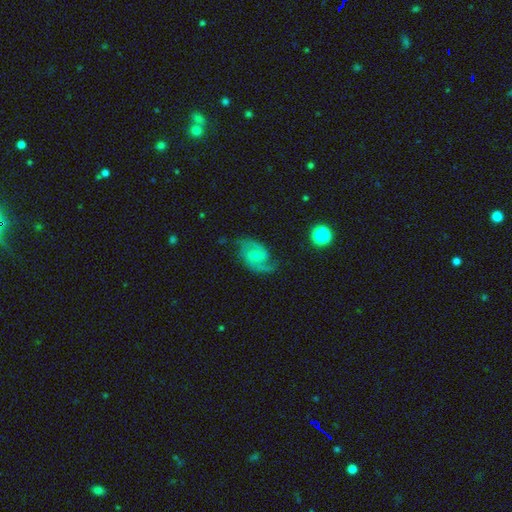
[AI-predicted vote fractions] A featured or disk galaxy (85%) with no bar (59%), 2 (89%) medium (53%) spiral arms (96%) and a moderate central bulge (53%). Merging: none (75%).